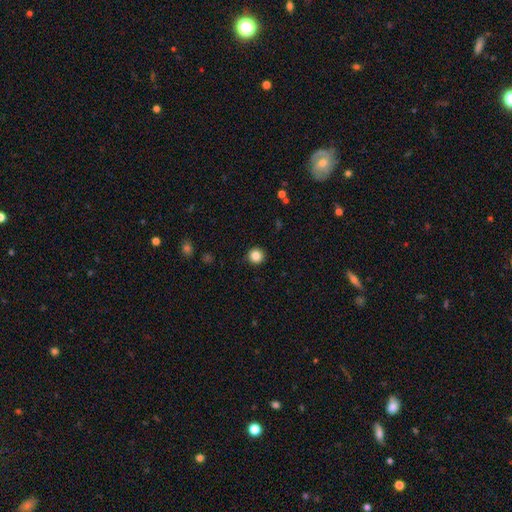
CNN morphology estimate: Smooth or featured? smooth (85%)
How rounded? round (94%)
Merging? none (92%)